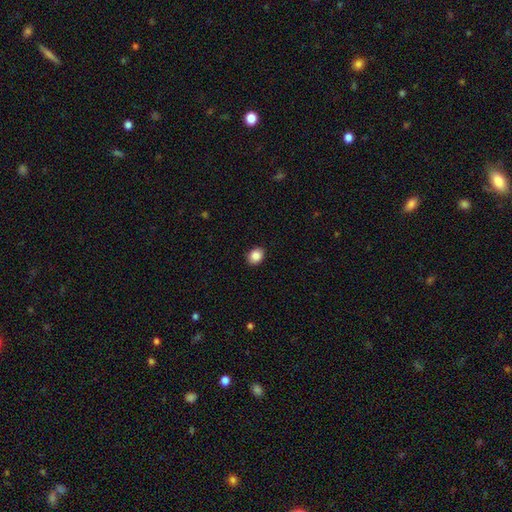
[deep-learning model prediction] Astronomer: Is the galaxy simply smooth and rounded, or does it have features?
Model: smooth — 88%.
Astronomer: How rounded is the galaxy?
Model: in between — 50% (runner-up: round, 49%).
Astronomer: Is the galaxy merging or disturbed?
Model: none — 90%.